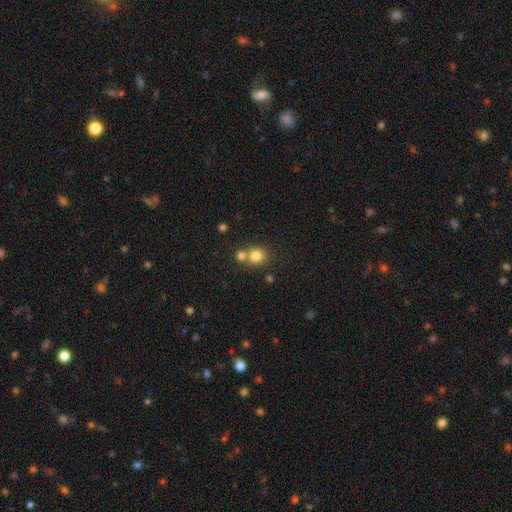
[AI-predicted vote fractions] smooth_or_featured: smooth (p=0.80) [alt: star or artifact p=0.12]
how_rounded: round (p=0.84) [alt: in between p=0.15]
merging: none (p=0.52) [alt: merger p=0.39]